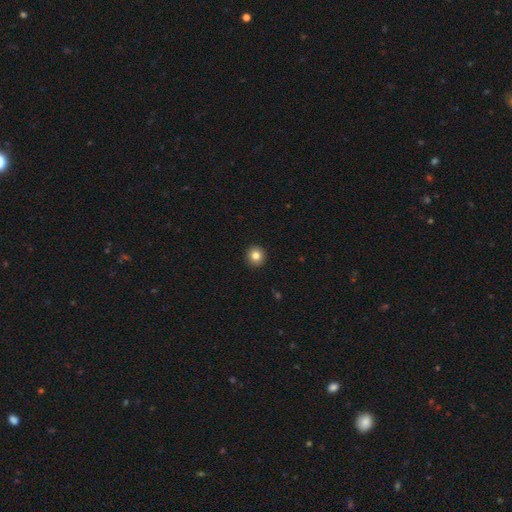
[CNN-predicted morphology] A smooth galaxy with no disk features (83%) that is round (93%). Merging: none (93%).